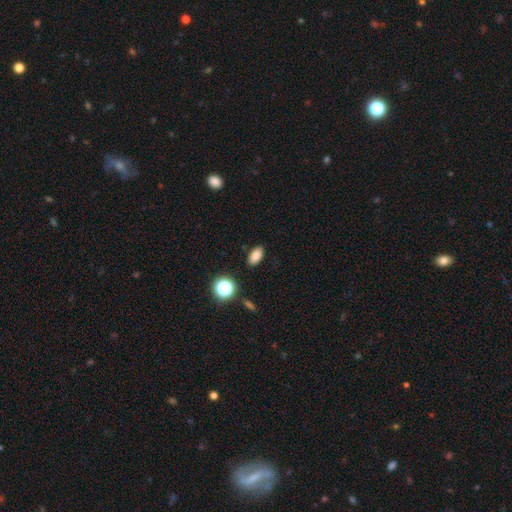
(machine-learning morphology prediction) A smooth galaxy with no disk features (83%) that is in between round and cigar-shaped (89%). Merging: none (88%).